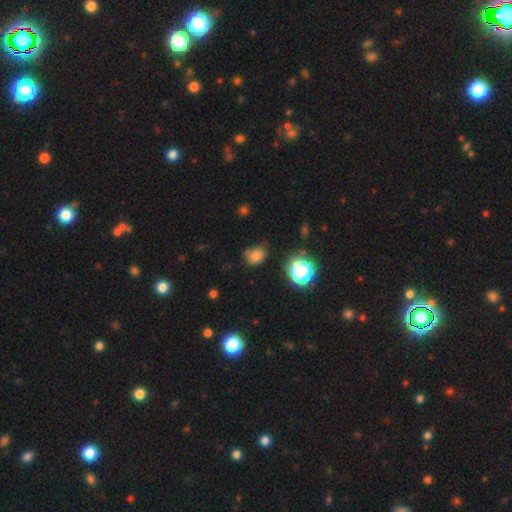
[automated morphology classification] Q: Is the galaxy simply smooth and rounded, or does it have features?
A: smooth — 72%.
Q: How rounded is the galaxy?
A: round — 53%.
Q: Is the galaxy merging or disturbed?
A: none — 66%.